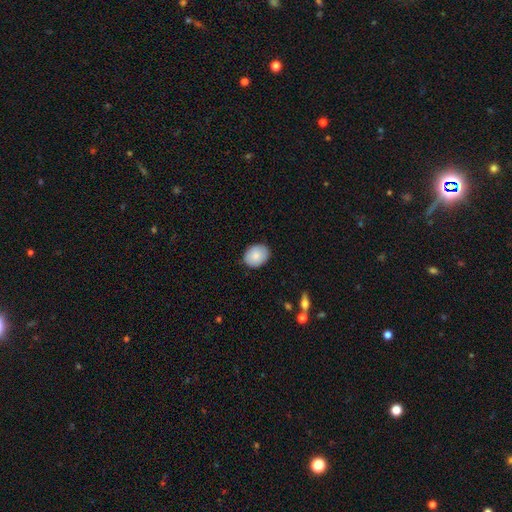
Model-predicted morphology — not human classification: Smooth or featured? Predicted: smooth (p=0.85). How rounded? Predicted: in between (p=0.56). Merging? Predicted: none (p=0.86).